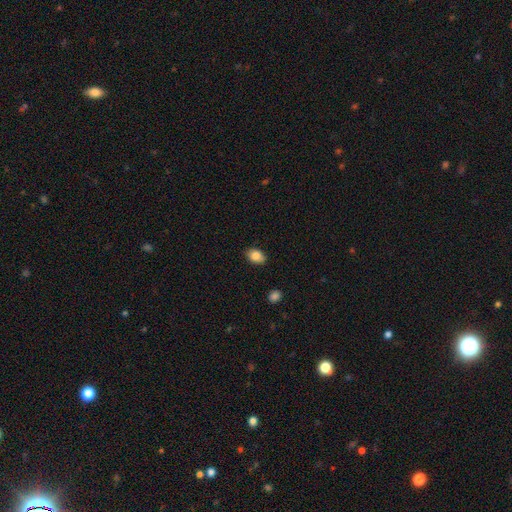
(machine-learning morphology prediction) Overall: smooth (86%). How rounded: in between (80%). Merging: none (85%).